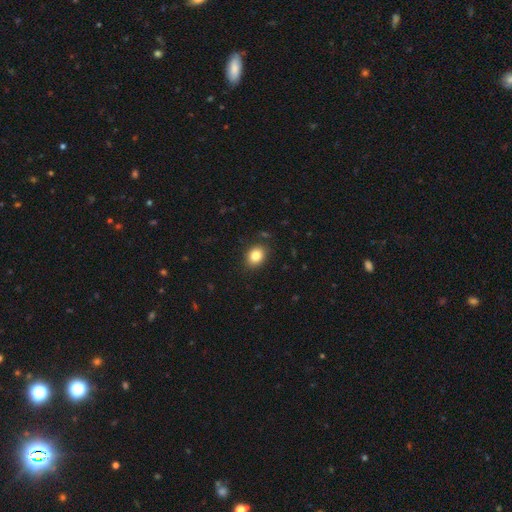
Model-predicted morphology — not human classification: Q: Smooth or featured?
A: smooth (84%); runner-up: star or artifact (10%)
Q: How rounded?
A: in between (54%); runner-up: round (45%)
Q: Merging?
A: none (88%); runner-up: minor disturbance (9%)